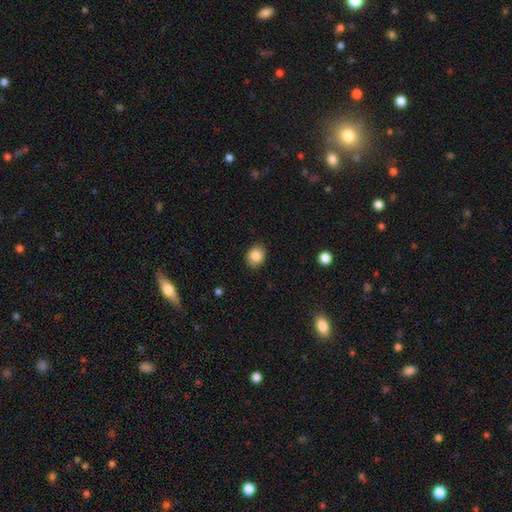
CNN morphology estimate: type=smooth (86%); roundness=round (53%); merging=none (87%).